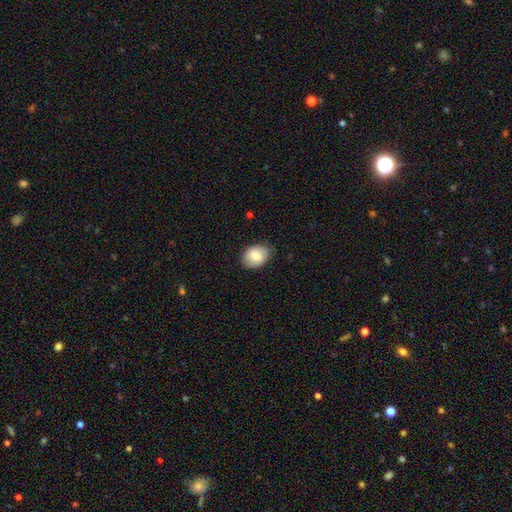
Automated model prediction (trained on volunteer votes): Q: Smooth or featured?
A: smooth (76%); runner-up: featured or disk (17%)
Q: How rounded?
A: in between (75%); runner-up: round (24%)
Q: Merging?
A: none (79%); runner-up: minor disturbance (17%)